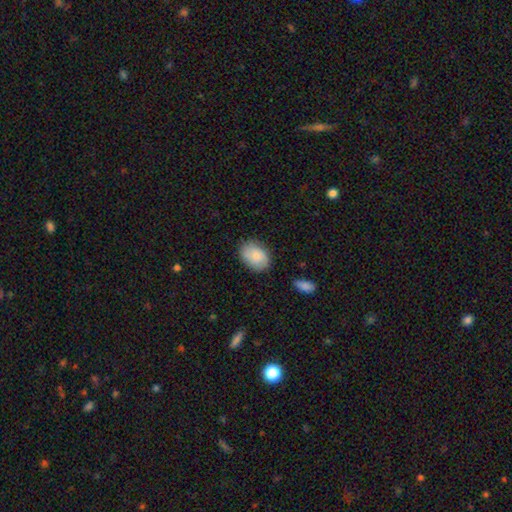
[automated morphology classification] Smooth or featured? smooth (81%)
How rounded? in between (79%)
Merging? none (81%)